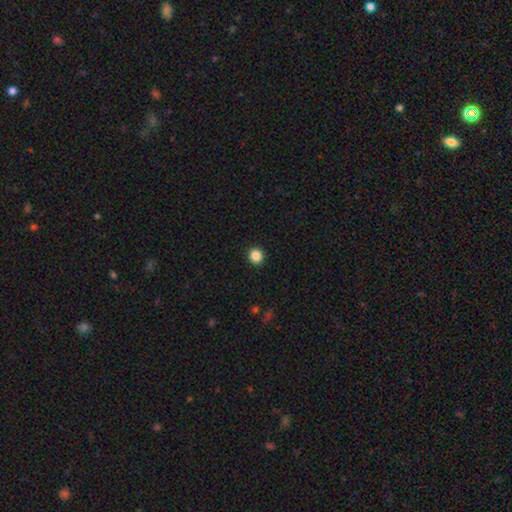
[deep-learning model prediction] The model was most divided on "smooth or featured": smooth: 86%, star or artifact: 10%, featured or disk: 3%. More confident: merging — none (93%); how rounded — round (91%).